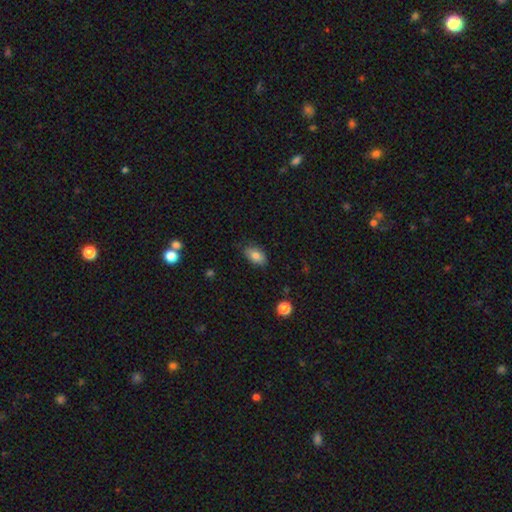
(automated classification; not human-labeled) Smooth or featured? Predicted: smooth (p=0.81). How rounded? Predicted: in between (p=0.91). Merging? Predicted: none (p=0.79).